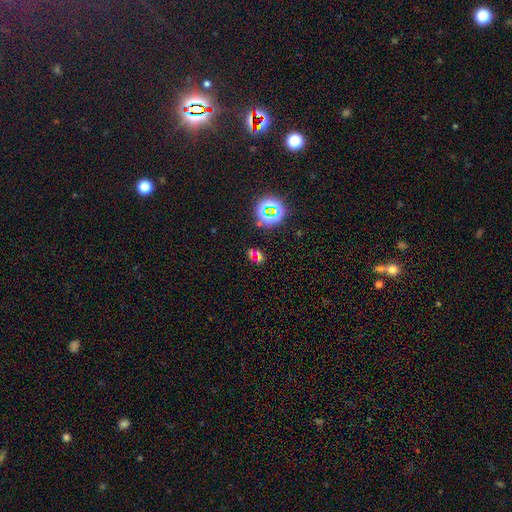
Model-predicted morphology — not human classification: Smooth or featured: star or artifact — 55% (smooth — 33%)